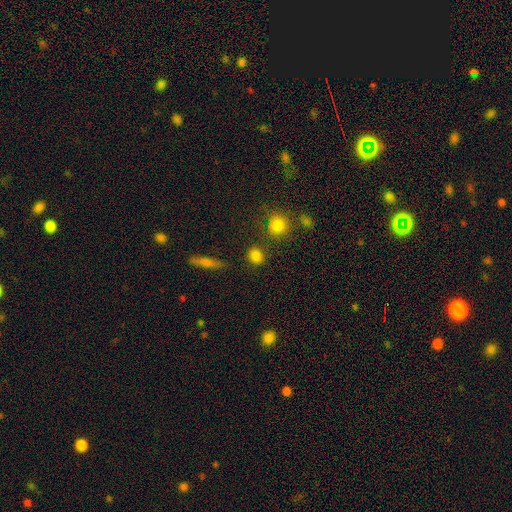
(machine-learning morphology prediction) Smooth or featured?
  - smooth: 82% *
  - star or artifact: 12%
  - featured or disk: 6%
How rounded?
  - round: 73% *
  - in between: 24%
  - cigar-shaped: 3%
Merging?
  - none: 82% *
  - minor disturbance: 9%
  - merger: 6%
  - major disturbance: 3%